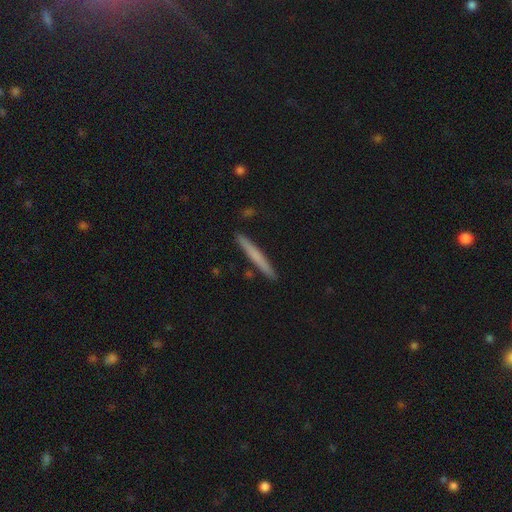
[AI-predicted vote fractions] Overall: smooth (63%; featured or disk 31%). How rounded: cigar-shaped (97%). Merging: none (91%).